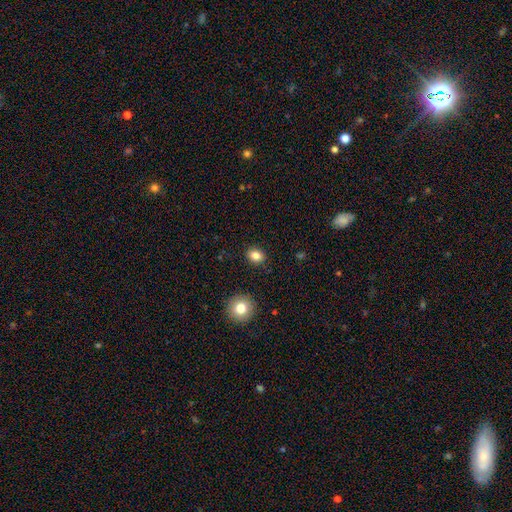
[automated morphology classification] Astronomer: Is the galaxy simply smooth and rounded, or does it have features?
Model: smooth — 82%.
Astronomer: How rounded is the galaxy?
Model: in between — 54% (runner-up: round, 45%).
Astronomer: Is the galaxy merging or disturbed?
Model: none — 88%.